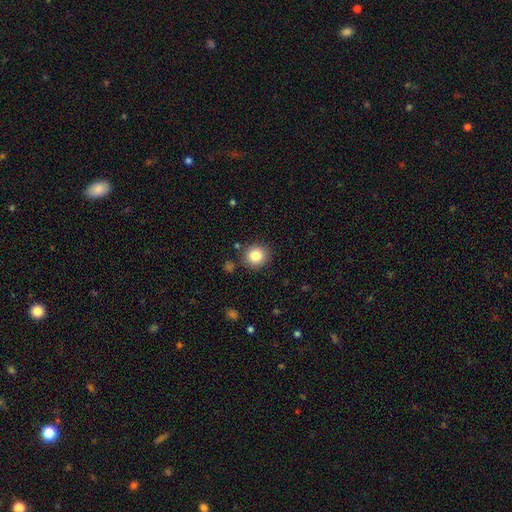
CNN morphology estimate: The model was most divided on "smooth or featured": smooth: 84%, star or artifact: 10%, featured or disk: 6%. More confident: how rounded — round (90%); merging — none (87%).